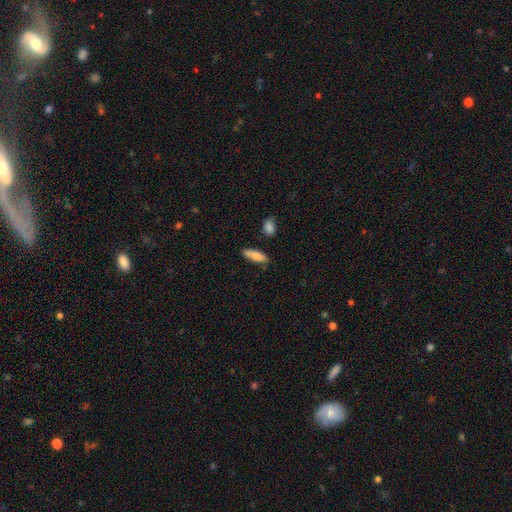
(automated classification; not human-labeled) Smooth or featured? Predicted: smooth (p=0.85). How rounded? Predicted: in between (p=0.57). Merging? Predicted: none (p=0.74).